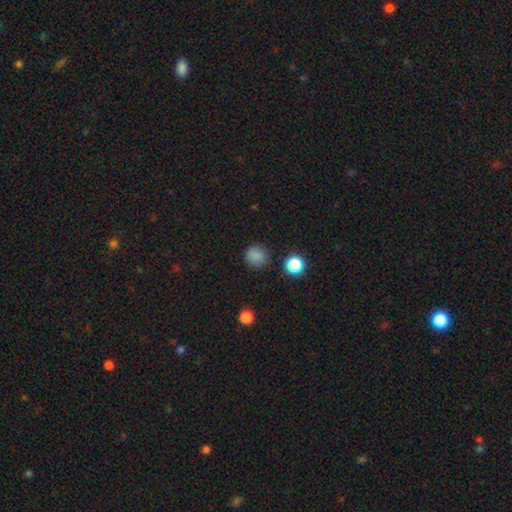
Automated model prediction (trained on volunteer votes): A smooth galaxy with no disk features (82%) that is round (91%). Merging: none (84%).